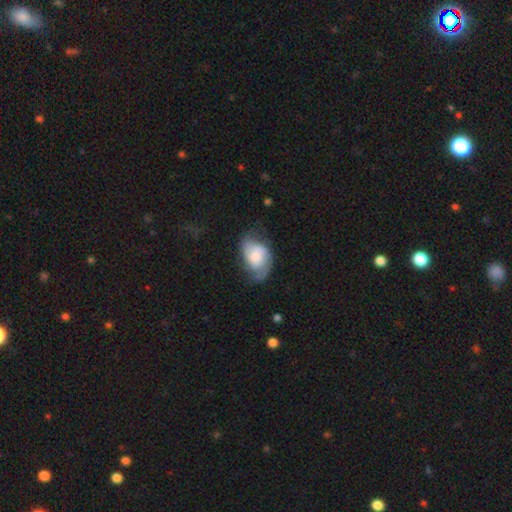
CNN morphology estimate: Overall: featured or disk (54%; smooth 39%). Edge-on disk: no (96%). Bar: no (66%; weak 28%). Spiral arms: yes (83%). Bulge size: moderate (41%; small 32%). Merging: none (47%; minor disturbance 31%).